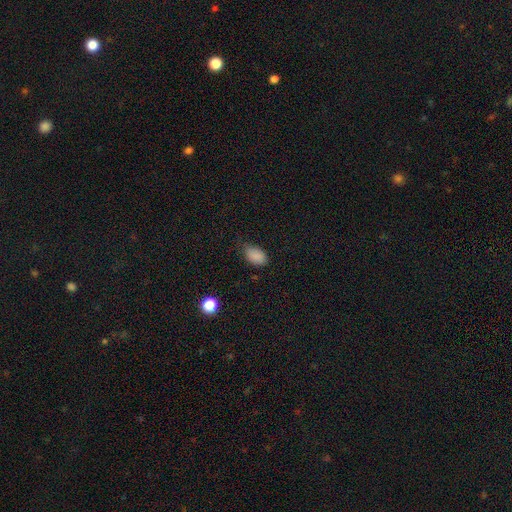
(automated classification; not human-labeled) Smooth or featured? smooth (86%)
How rounded? in between (90%)
Merging? none (62%)